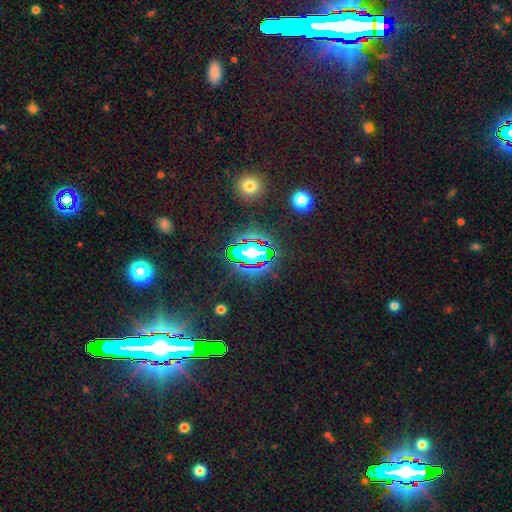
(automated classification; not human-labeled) smooth_or_featured: star or artifact (p=0.77) [alt: smooth p=0.12]